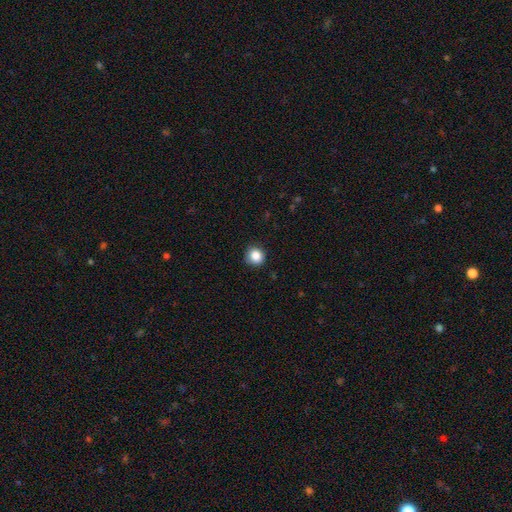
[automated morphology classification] Q: Smooth or featured?
A: smooth (86%); runner-up: star or artifact (10%)
Q: How rounded?
A: round (90%); runner-up: in between (9%)
Q: Merging?
A: none (89%); runner-up: minor disturbance (8%)